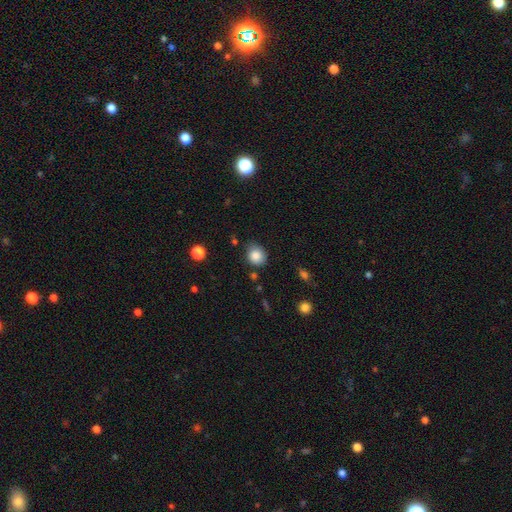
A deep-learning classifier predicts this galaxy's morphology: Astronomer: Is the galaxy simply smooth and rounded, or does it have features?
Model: smooth — 85%.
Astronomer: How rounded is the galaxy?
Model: round — 70%.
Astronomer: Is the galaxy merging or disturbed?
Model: none — 73%.